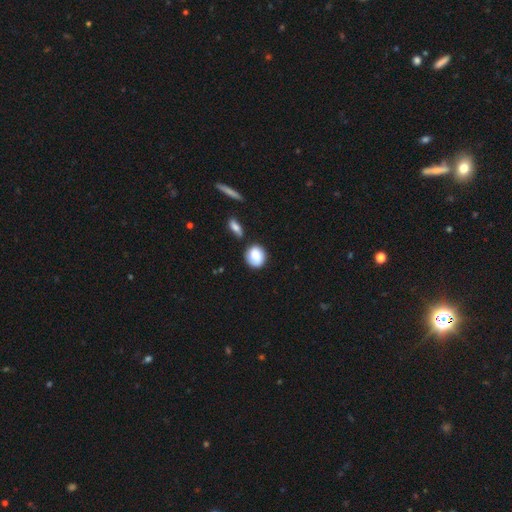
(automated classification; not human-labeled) smooth-or-featured: smooth: 81% | featured or disk: 12% | star or artifact: 8%
  how-rounded: round: 74% | in between: 25% | cigar-shaped: 1%
  merging: none: 72% | minor disturbance: 17% | merger: 7% | major disturbance: 4%